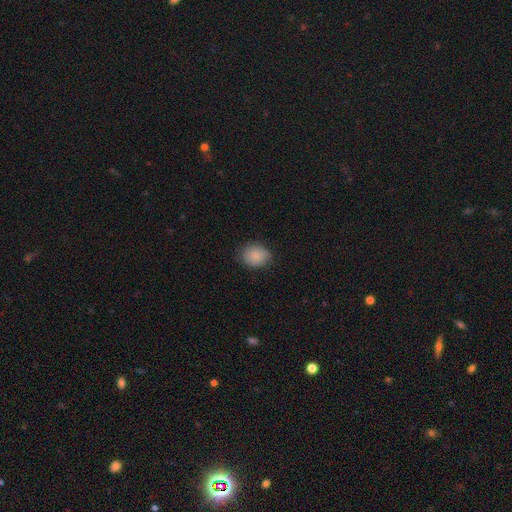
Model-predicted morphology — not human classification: This is clearly a smooth galaxy (86%). How rounded: likely round (62%). Merging: likely none (80%).